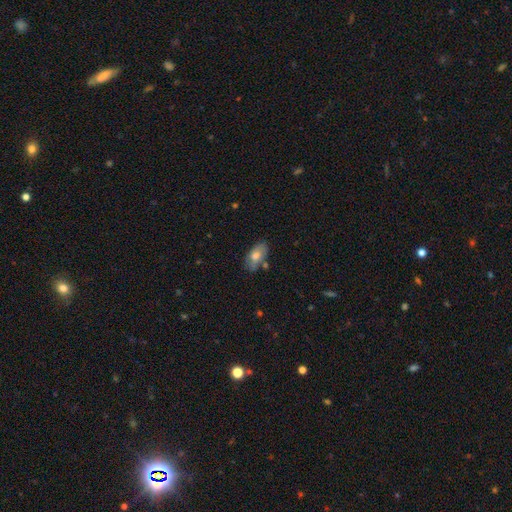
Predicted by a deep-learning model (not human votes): Overall: smooth (65%; featured or disk 28%). How rounded: in between (92%). Merging: none (67%).